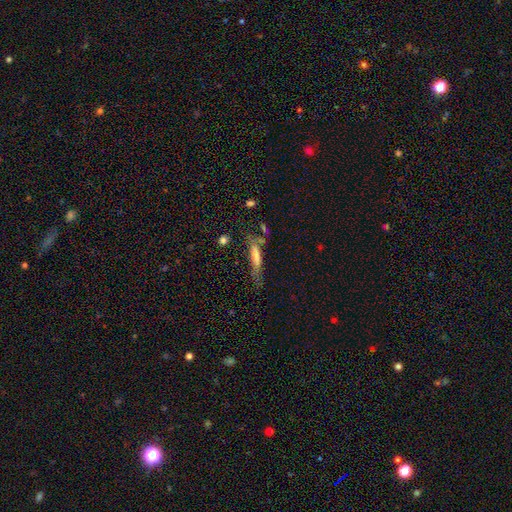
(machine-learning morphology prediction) Smooth or featured: smooth — 61% (featured or disk — 30%)
How rounded: cigar-shaped — 79% (in between — 19%)
Merging: none — 41% (minor disturbance — 26%)